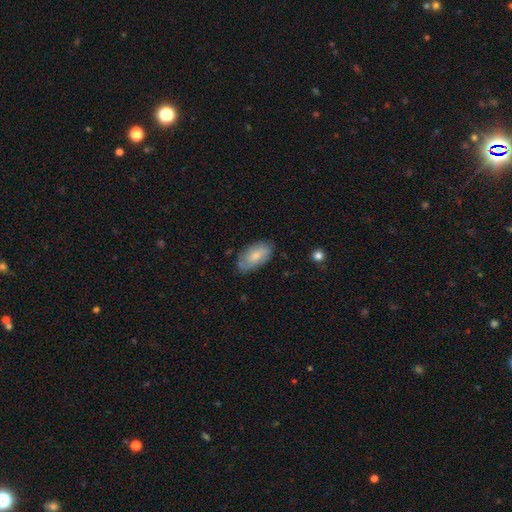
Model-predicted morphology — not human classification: type=smooth (66%); roundness=in between (93%); merging=none (74%).